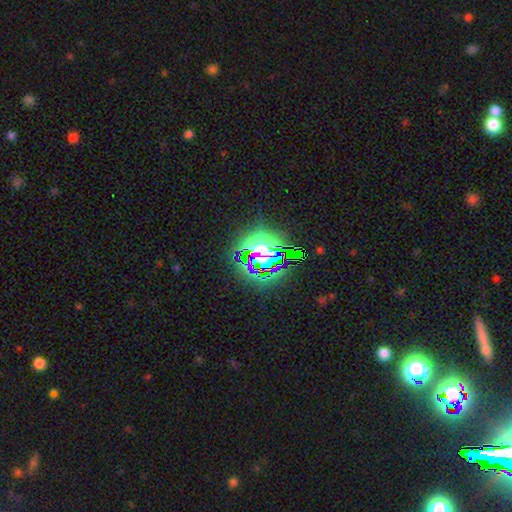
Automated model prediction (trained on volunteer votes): Smooth or featured?
  - star or artifact: 72% *
  - smooth: 16%
  - featured or disk: 11%